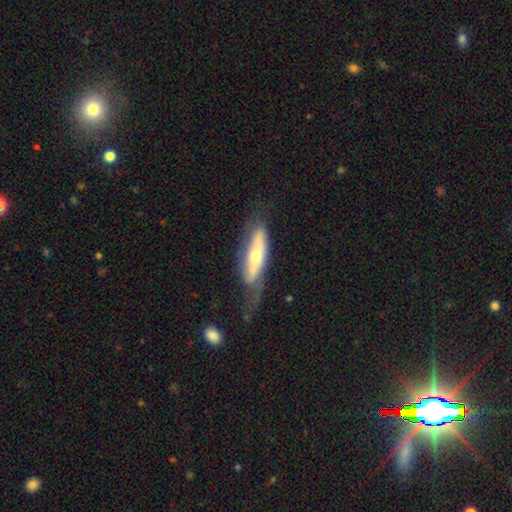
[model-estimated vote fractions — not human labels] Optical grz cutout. It shows a featured or disk galaxy (60%). Merging: none (46%).